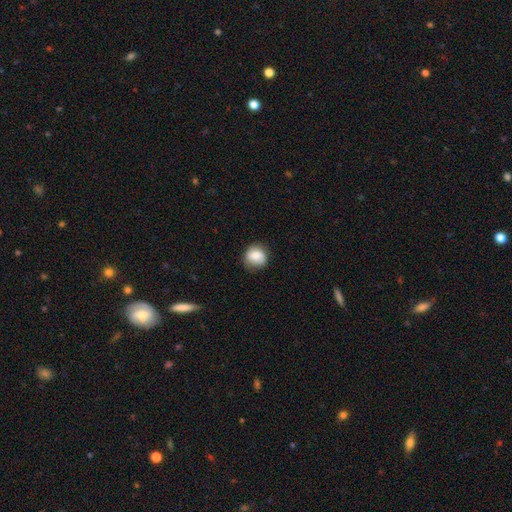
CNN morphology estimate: smooth-or-featured: smooth: 76% | featured or disk: 16% | star or artifact: 8%
  how-rounded: round: 81% | in between: 18% | cigar-shaped: 1%
  merging: none: 78% | minor disturbance: 17% | major disturbance: 4% | merger: 1%